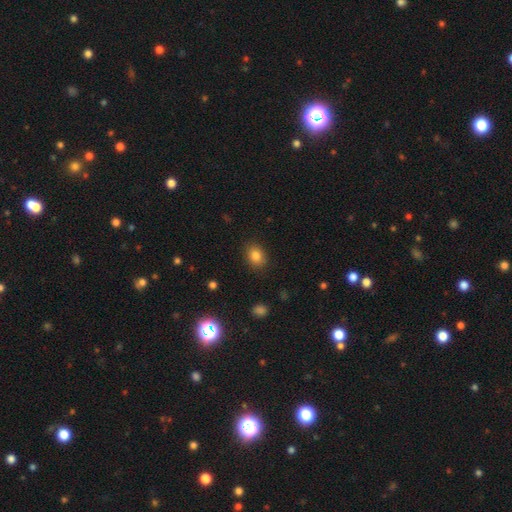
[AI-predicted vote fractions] smooth-or-featured: smooth: 83% | star or artifact: 11% | featured or disk: 6%
  how-rounded: in between: 57% | round: 42% | cigar-shaped: 1%
  merging: none: 86% | minor disturbance: 10% | major disturbance: 3% | merger: 1%